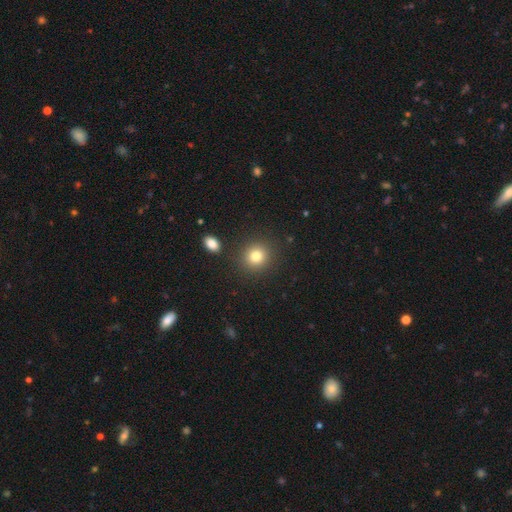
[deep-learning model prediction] Morphology: type=smooth (80%); roundness=round (87%); merging=none (88%).